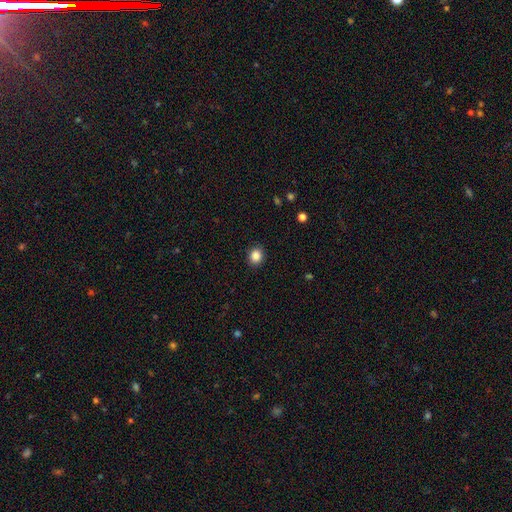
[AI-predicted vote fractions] smooth-or-featured: smooth: 86% | star or artifact: 10% | featured or disk: 4%
  how-rounded: round: 71% | in between: 28% | cigar-shaped: 1%
  merging: none: 90% | minor disturbance: 7% | major disturbance: 2% | merger: 1%